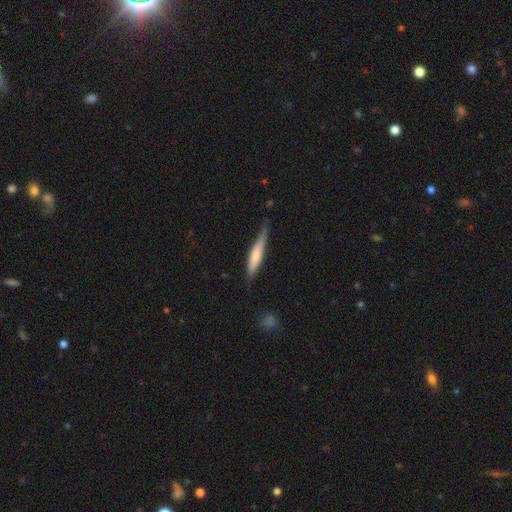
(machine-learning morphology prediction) smooth 65%, featured or disk 30%, star or artifact 5%. Down the decision tree: how rounded — cigar-shaped (88%); merging — none (63%).